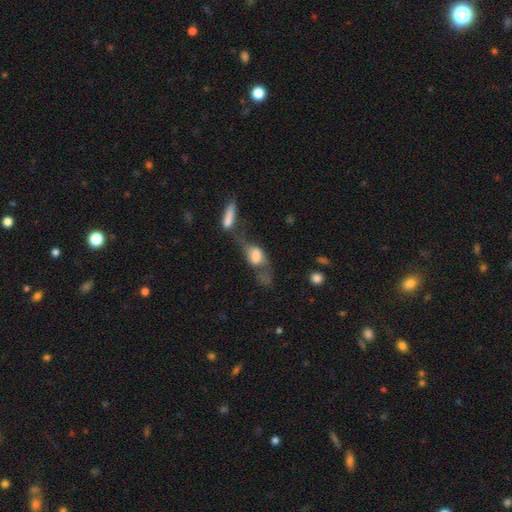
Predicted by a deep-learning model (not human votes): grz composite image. It shows a smooth galaxy with no disk features (53%) that is in between round and cigar-shaped (78%). Merging: merger (52%).